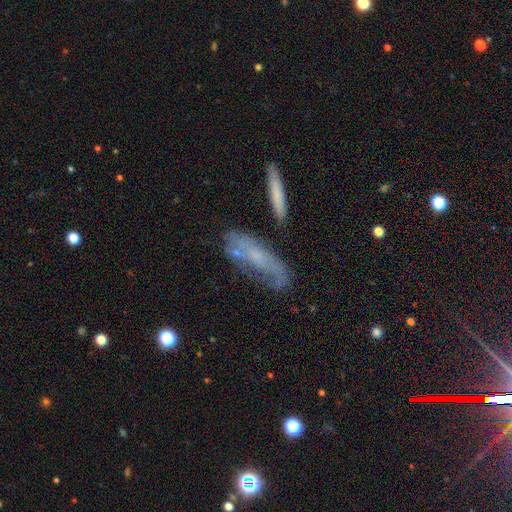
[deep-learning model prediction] smooth-or-featured: featured or disk: 55% | smooth: 35% | star or artifact: 10%
  disk-edge-on: no: 77% | yes: 23%
  merging: none: 50% | minor disturbance: 24% | major disturbance: 16% | merger: 10%